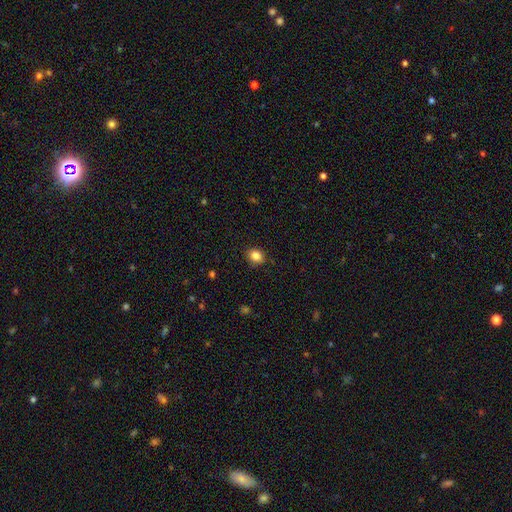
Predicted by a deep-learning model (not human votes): smooth 86%, star or artifact 10%, featured or disk 4%. Down the decision tree: how rounded — round (62%); merging — none (87%).